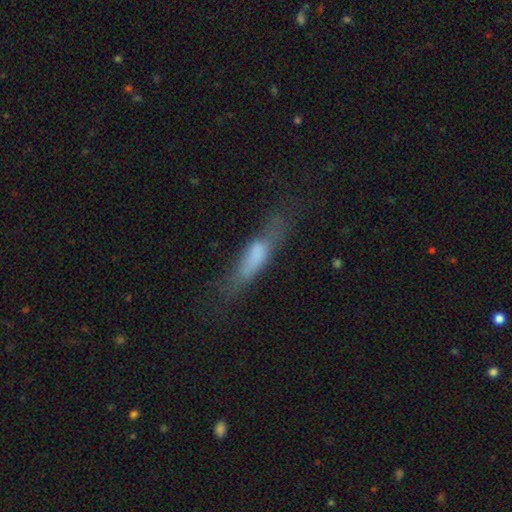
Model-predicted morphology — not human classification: A smooth galaxy with no disk features (61%) that is cigar-shaped (68%). Merging: none (47%).